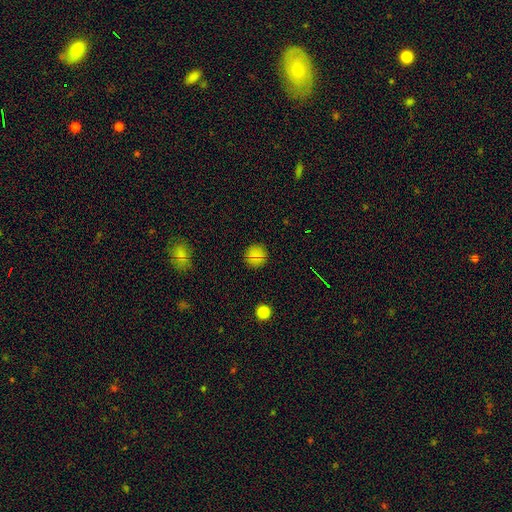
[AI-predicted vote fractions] This is likely a smooth galaxy (79%). How rounded: clearly round (92%). Merging: clearly none (89%).